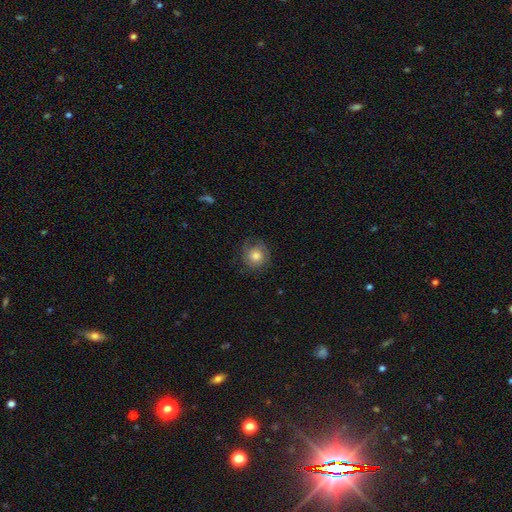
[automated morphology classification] Smooth or featured: smooth — 67% (featured or disk — 24%)
How rounded: round — 89% (in between — 10%)
Merging: none — 73% (minor disturbance — 18%)